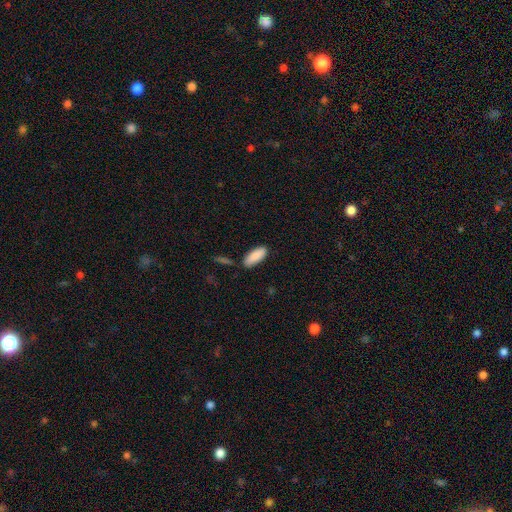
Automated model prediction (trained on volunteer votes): This appears to be a smooth galaxy with no disk features (89%) that is in between round and cigar-shaped (81%). Merging: none (79%).